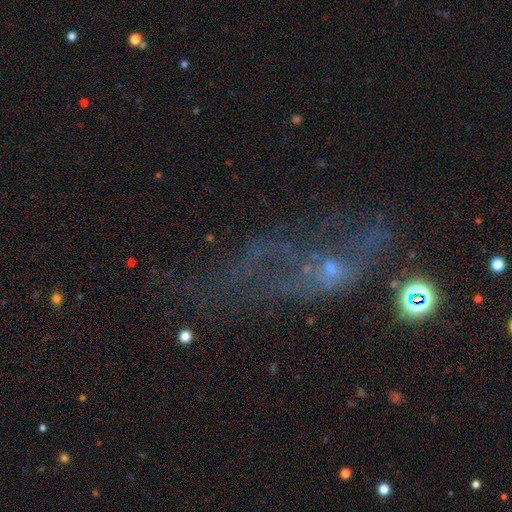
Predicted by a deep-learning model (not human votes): This appears to be a featured or disk galaxy (46%). Merging: major disturbance (44%).